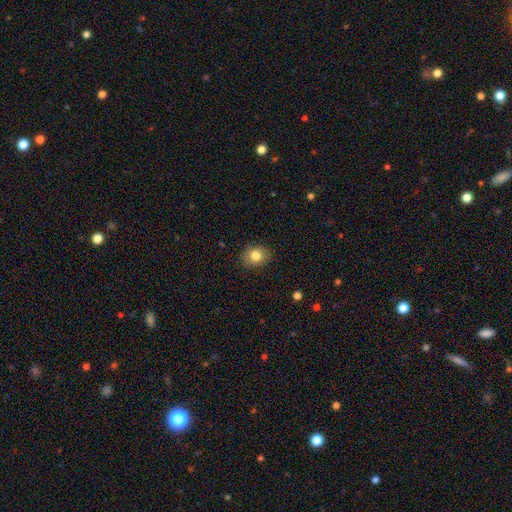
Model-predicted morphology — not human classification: This is clearly a smooth galaxy (82%). How rounded: possibly round (56%). Merging: clearly none (87%).